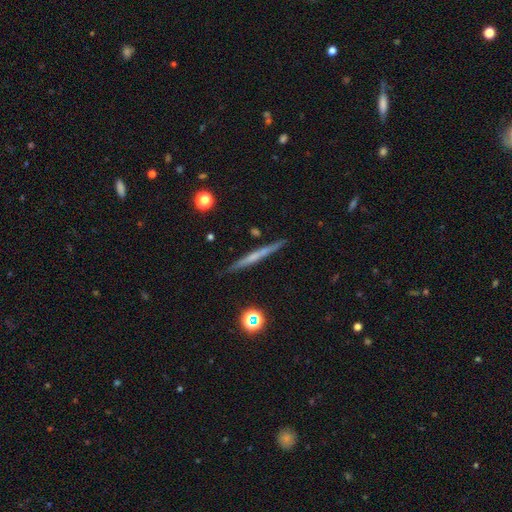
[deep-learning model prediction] Smooth or featured? featured or disk (52%)
Edge-on disk? yes (97%)
Merging? none (89%)